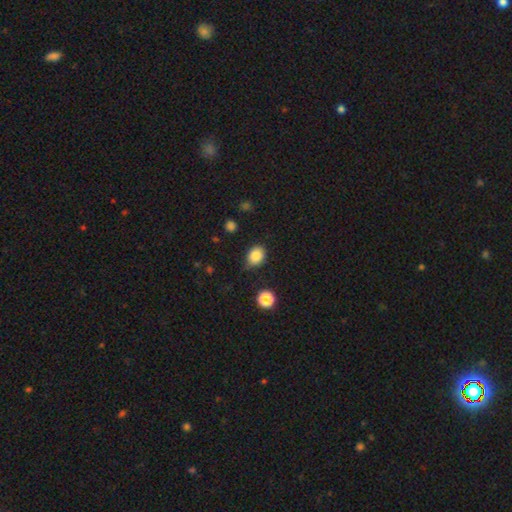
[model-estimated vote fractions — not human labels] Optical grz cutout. It shows a smooth galaxy with no disk features (85%) that is in between round and cigar-shaped (55%). Merging: none (73%).